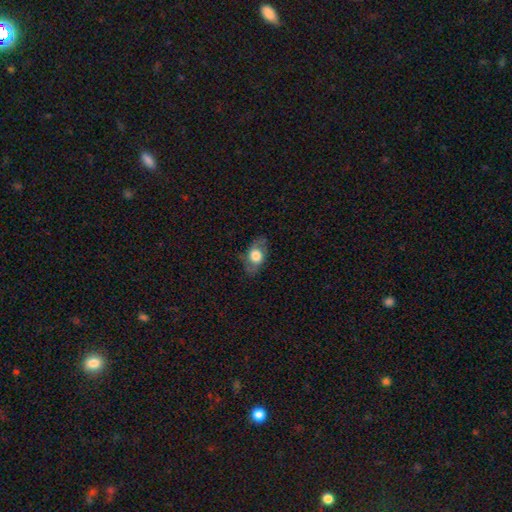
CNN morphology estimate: smooth-or-featured: smooth: 52% | featured or disk: 41% | star or artifact: 7%
  how-rounded: in between: 78% | round: 19% | cigar-shaped: 3%
  merging: none: 75% | minor disturbance: 17% | major disturbance: 7% | merger: 1%